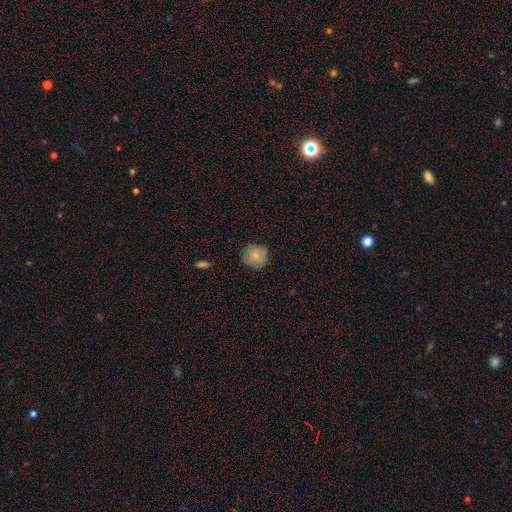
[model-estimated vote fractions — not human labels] A smooth galaxy with no disk features (78%) that is round (87%).

Vote fractions:
- Smooth or featured? smooth: 78% / featured or disk: 14% / star or artifact: 8%
- How rounded? round: 87% / in between: 12% / cigar-shaped: 1%
- Merging? none: 75% / minor disturbance: 19% / major disturbance: 4% / merger: 1%